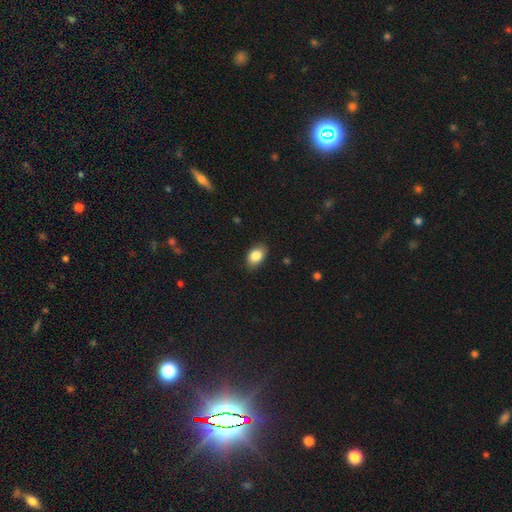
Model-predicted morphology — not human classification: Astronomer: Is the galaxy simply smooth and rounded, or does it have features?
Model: smooth — 85%.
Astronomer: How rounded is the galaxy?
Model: in between — 86%.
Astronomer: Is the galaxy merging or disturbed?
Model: none — 85%.